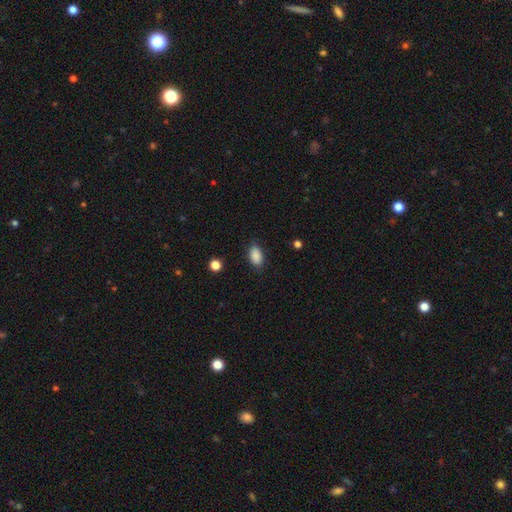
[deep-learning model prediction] smooth_or_featured: smooth (p=0.88) [alt: star or artifact p=0.08]
how_rounded: in between (p=0.90) [alt: round p=0.08]
merging: none (p=0.83) [alt: minor disturbance p=0.13]